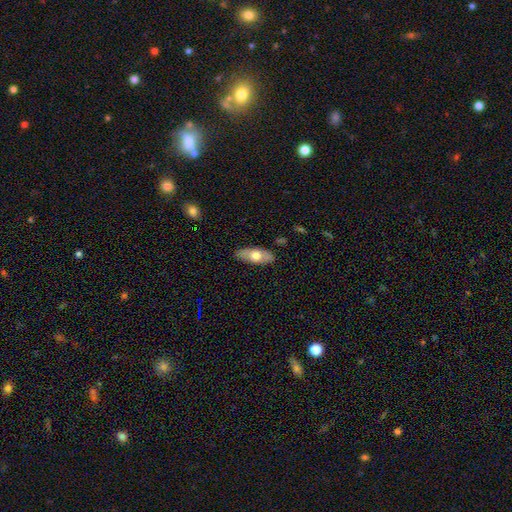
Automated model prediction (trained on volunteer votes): smooth 60%, featured or disk 34%, star or artifact 6%. Down the decision tree: how rounded — in between (82%); merging — none (84%).